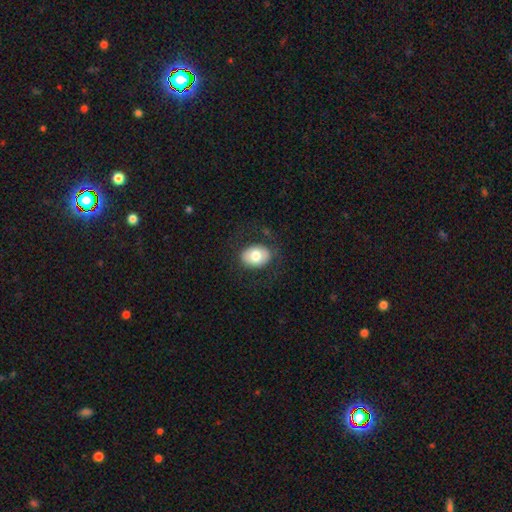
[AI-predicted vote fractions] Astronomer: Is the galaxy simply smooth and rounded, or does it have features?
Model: smooth — 74%.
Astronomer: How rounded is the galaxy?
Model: in between — 69%.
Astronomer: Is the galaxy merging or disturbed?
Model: none — 78%.